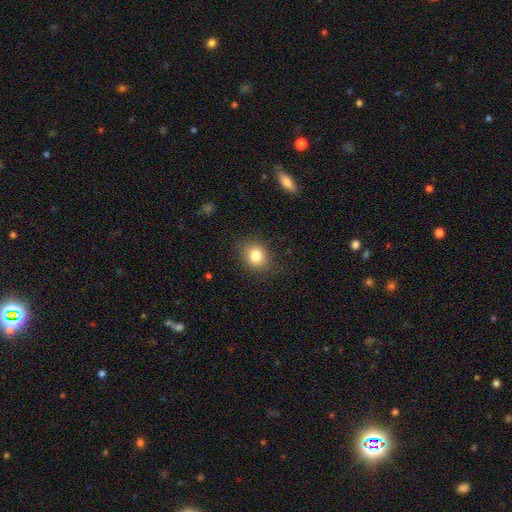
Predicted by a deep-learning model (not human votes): Morphology: type=smooth (81%); roundness=round (56%); merging=none (83%).